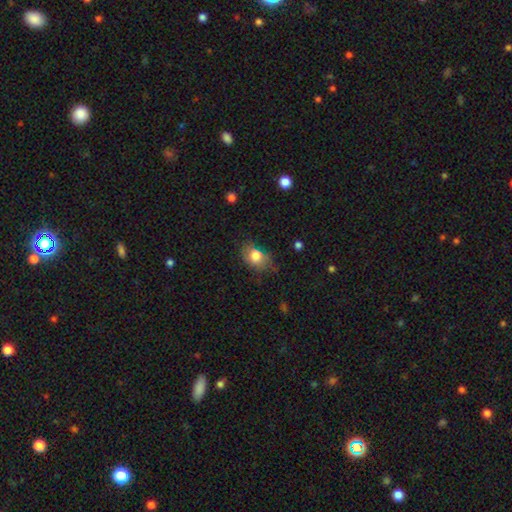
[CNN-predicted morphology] smooth_or_featured: smooth (p=0.79) [alt: featured or disk p=0.12]
how_rounded: in between (p=0.71) [alt: round p=0.28]
merging: none (p=0.59) [alt: minor disturbance p=0.28]